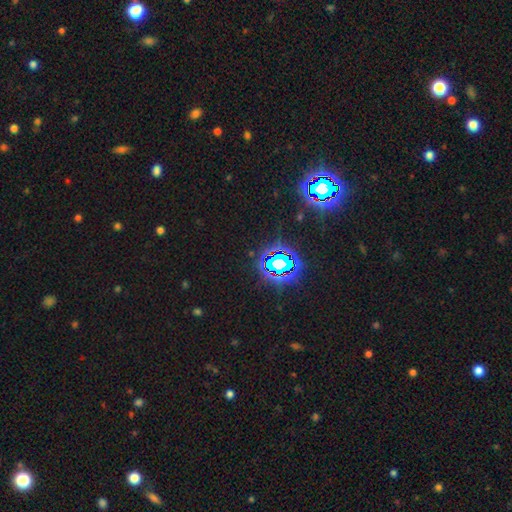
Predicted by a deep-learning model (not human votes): Q: Smooth or featured?
A: star or artifact (81%); runner-up: smooth (12%)